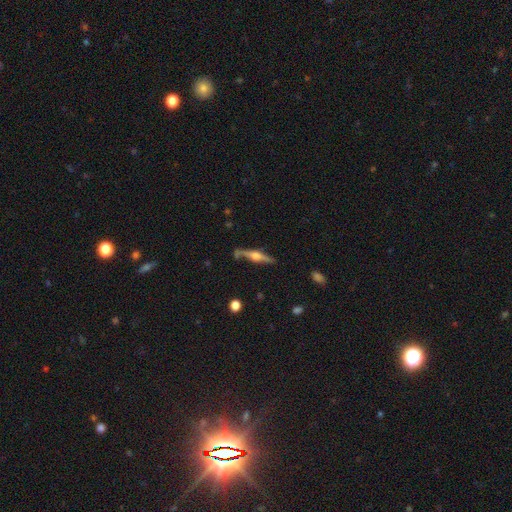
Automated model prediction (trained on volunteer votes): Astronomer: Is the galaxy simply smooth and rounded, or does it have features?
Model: featured or disk — 78%.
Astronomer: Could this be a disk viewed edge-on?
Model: yes — 97%.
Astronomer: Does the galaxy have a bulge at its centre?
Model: rounded — 91%.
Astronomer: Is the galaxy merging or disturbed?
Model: none — 78%.